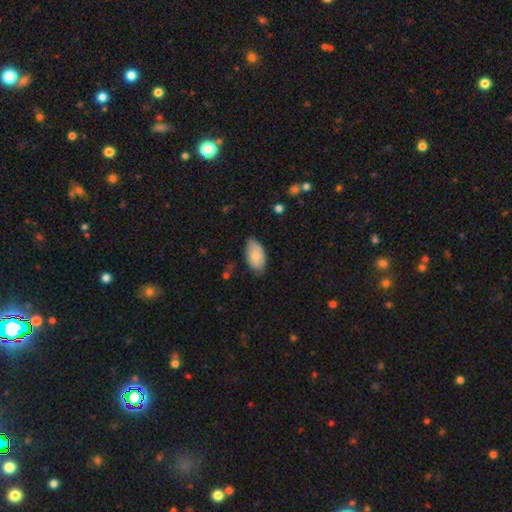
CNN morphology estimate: This is clearly a smooth galaxy (81%). How rounded: clearly in between (95%). Merging: likely none (72%).